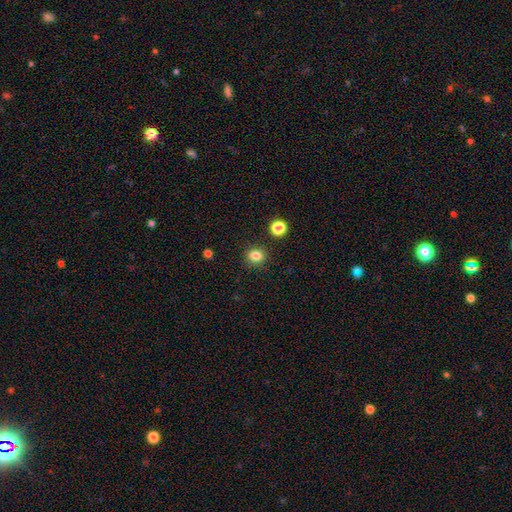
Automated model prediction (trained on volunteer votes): This appears to be a smooth galaxy with no disk features (82%) that is round (74%). Merging: none (87%).